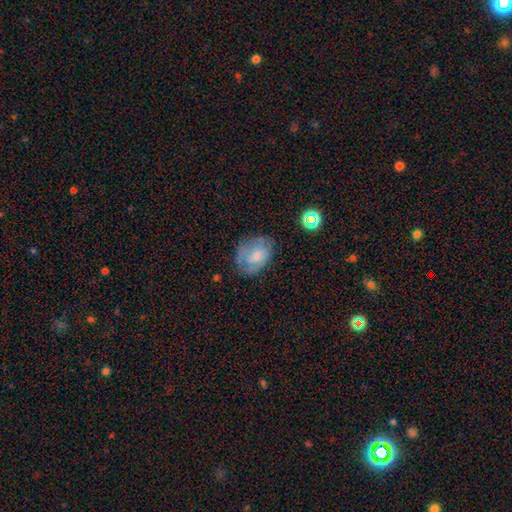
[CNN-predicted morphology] Smooth or featured? Predicted: smooth (p=0.50). How rounded? Predicted: in between (p=0.62). Merging? Predicted: none (p=0.61).